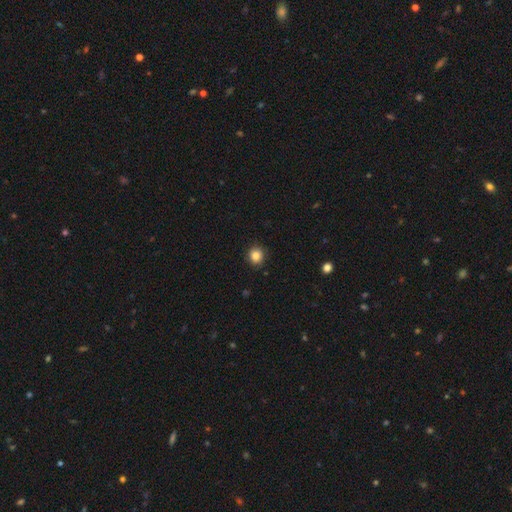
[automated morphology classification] Smooth or featured? Predicted: smooth (p=0.85). How rounded? Predicted: round (p=0.85). Merging? Predicted: none (p=0.89).